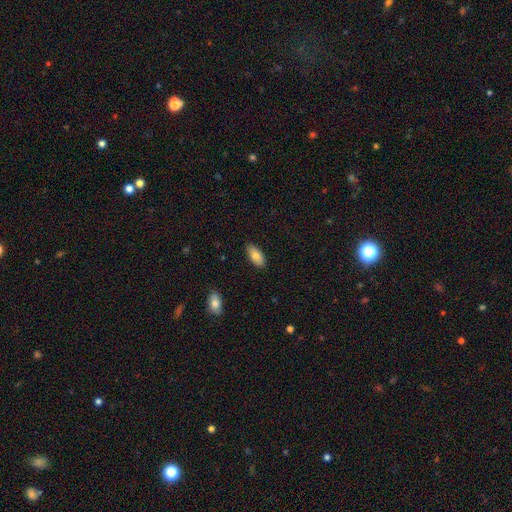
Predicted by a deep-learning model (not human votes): Smooth or featured: smooth — 79% (featured or disk — 15%)
How rounded: in between — 91% (cigar-shaped — 7%)
Merging: none — 87% (minor disturbance — 10%)